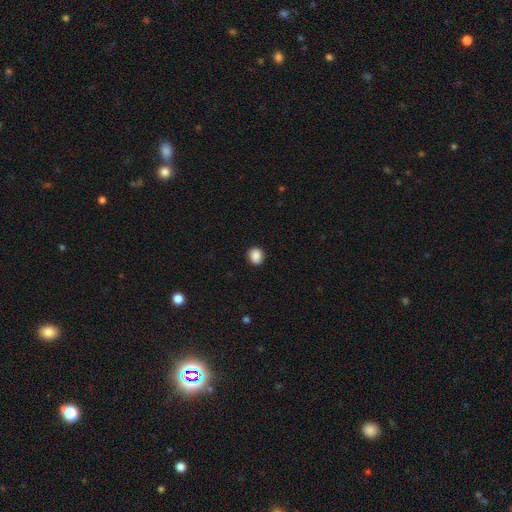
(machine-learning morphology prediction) smooth_or_featured: smooth (p=0.89) [alt: star or artifact p=0.08]
how_rounded: round (p=0.72) [alt: in between p=0.27]
merging: none (p=0.88) [alt: minor disturbance p=0.09]